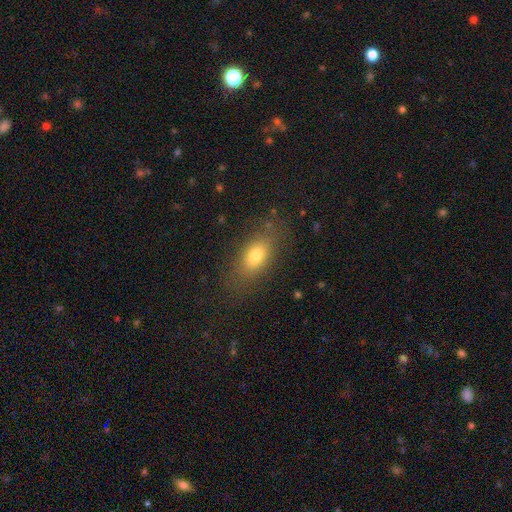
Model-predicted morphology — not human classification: Overall: smooth (75%). How rounded: in between (81%). Merging: none (79%).